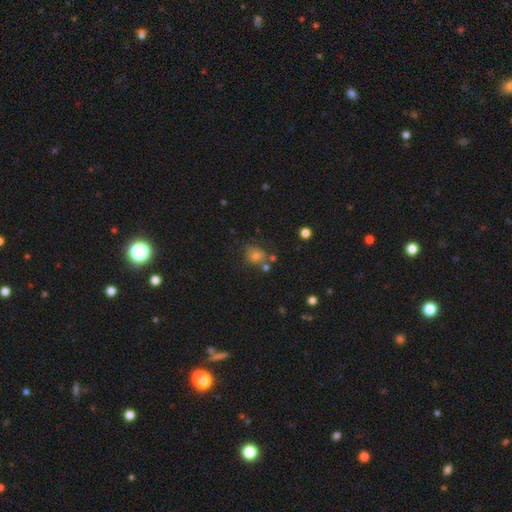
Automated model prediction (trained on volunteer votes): A smooth galaxy with no disk features (71%) that is round (65%). Merging: none (63%).